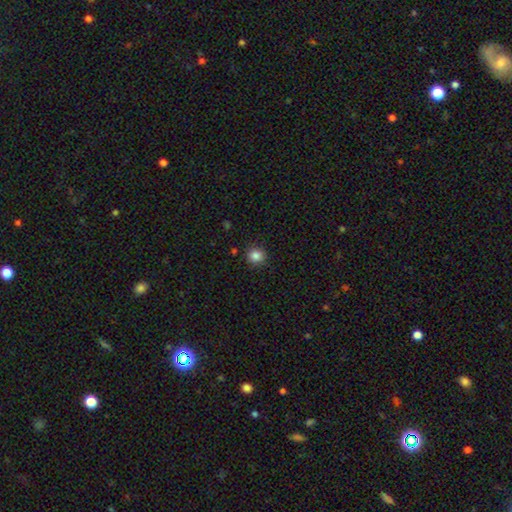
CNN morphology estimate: smooth-or-featured: smooth: 85% | star or artifact: 11% | featured or disk: 4%
  how-rounded: round: 88% | in between: 11% | cigar-shaped: 1%
  merging: none: 88% | minor disturbance: 9% | major disturbance: 2% | merger: 2%